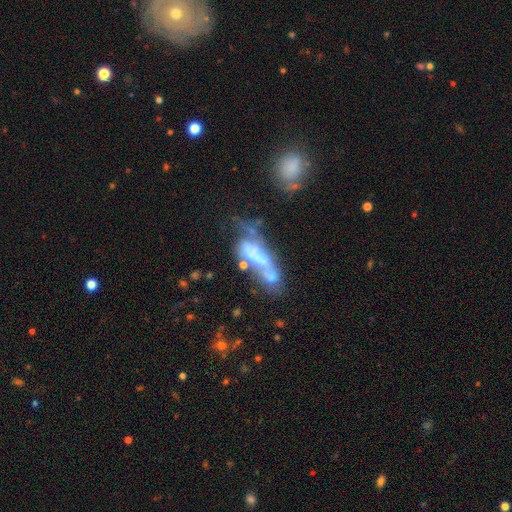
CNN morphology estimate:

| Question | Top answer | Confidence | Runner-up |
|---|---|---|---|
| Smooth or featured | featured or disk | 54% | smooth (35%) |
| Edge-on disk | no | 83% | yes (17%) |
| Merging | merger | 37% | major disturbance (28%) |